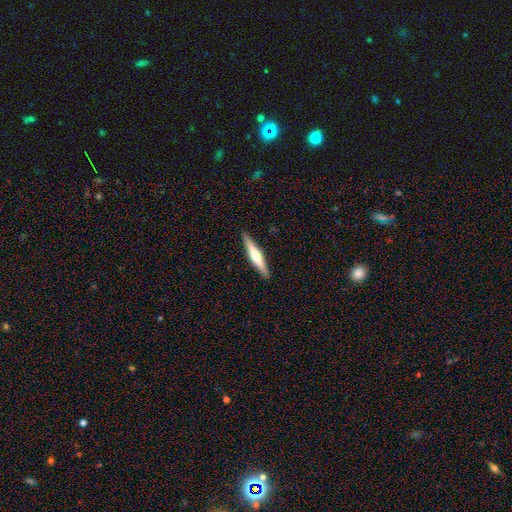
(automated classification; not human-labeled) Smooth or featured? featured or disk (60%)
Edge-on disk? yes (97%)
Edge-on bulge? rounded (86%)
Merging? none (91%)